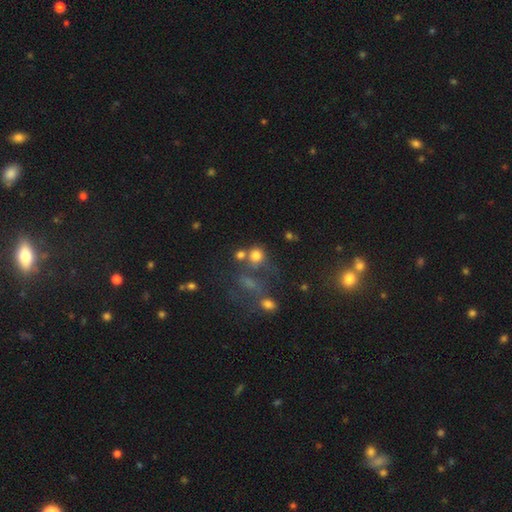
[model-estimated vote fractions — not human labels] Smooth or featured? Predicted: smooth (p=0.74). How rounded? Predicted: round (p=0.81). Merging? Predicted: none (p=0.52).